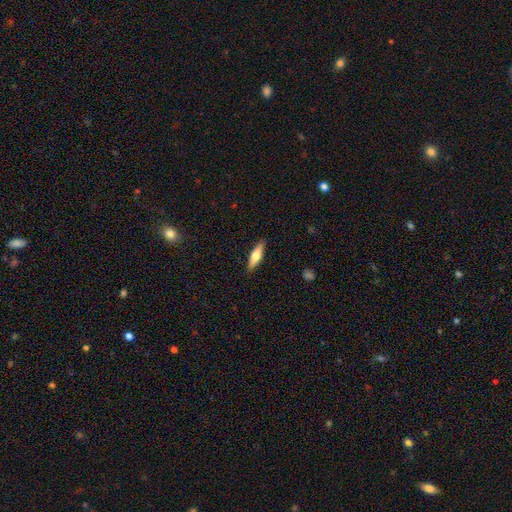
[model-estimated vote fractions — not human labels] A smooth galaxy with no disk features (63%) that is cigar-shaped (60%).

Vote fractions:
- Smooth or featured? smooth: 63% / featured or disk: 31% / star or artifact: 6%
- How rounded? cigar-shaped: 60% / in between: 38% / round: 2%
- Merging? none: 89% / minor disturbance: 8% / major disturbance: 2% / merger: 1%